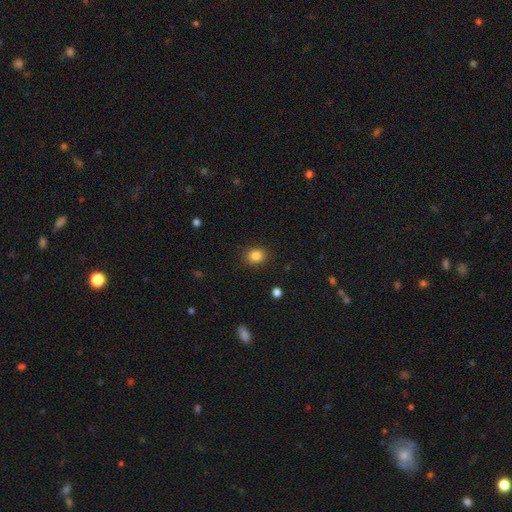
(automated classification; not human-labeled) smooth_or_featured: smooth (p=0.84) [alt: star or artifact p=0.11]
how_rounded: round (p=0.64) [alt: in between p=0.35]
merging: none (p=0.89) [alt: minor disturbance p=0.08]